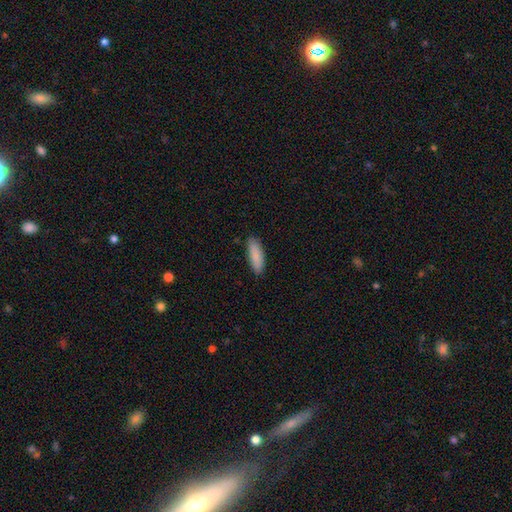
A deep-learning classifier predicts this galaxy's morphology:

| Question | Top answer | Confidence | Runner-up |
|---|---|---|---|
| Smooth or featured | smooth | 88% | featured or disk (6%) |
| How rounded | in between | 50% | cigar-shaped (48%) |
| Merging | none | 87% | minor disturbance (10%) |